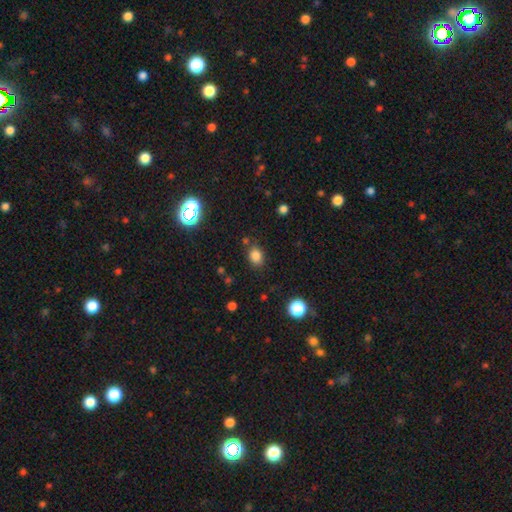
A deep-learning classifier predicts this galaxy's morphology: This appears to be a smooth galaxy with no disk features (80%) that is round (50%). Merging: none (78%).